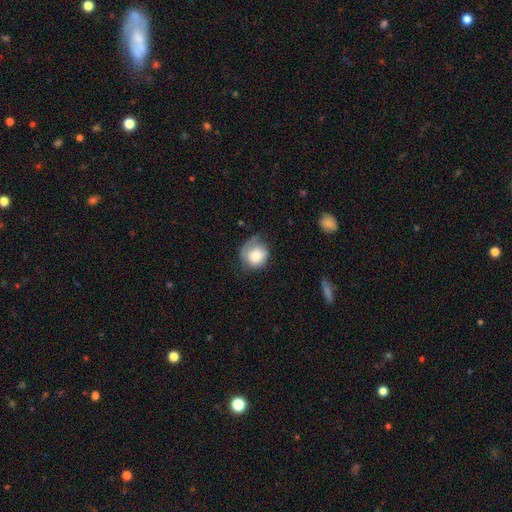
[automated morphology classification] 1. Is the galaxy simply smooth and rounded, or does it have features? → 75% smooth, 18% featured or disk, 7% star or artifact.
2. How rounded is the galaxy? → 81% round, 18% in between, 1% cigar-shaped.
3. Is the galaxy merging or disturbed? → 43% none, 36% minor disturbance, 18% major disturbance, 2% merger.